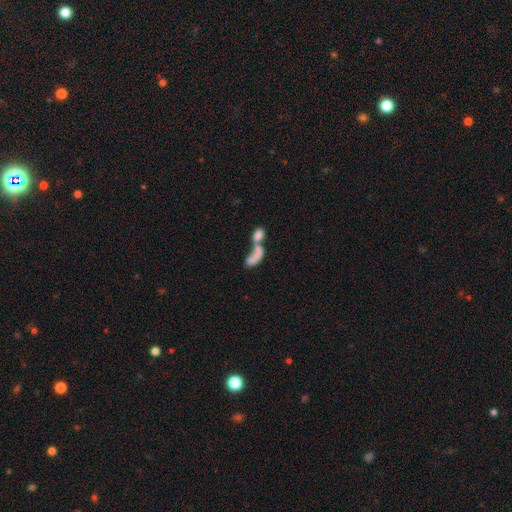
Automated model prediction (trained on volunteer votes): A smooth galaxy with no disk features (60%) that is in between round and cigar-shaped (72%).

Vote fractions:
- Smooth or featured? smooth: 60% / featured or disk: 30% / star or artifact: 10%
- How rounded? in between: 72% / cigar-shaped: 17% / round: 11%
- Merging? merger: 72% / major disturbance: 12% / none: 11% / minor disturbance: 5%